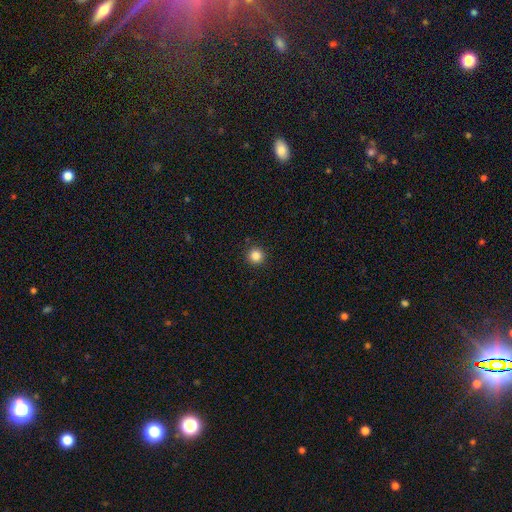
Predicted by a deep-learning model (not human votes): A smooth galaxy with no disk features (84%) that is round (96%).

Vote fractions:
- Smooth or featured? smooth: 84% / star or artifact: 12% / featured or disk: 4%
- How rounded? round: 96% / in between: 3% / cigar-shaped: 1%
- Merging? none: 92% / minor disturbance: 5% / major disturbance: 2% / merger: 1%